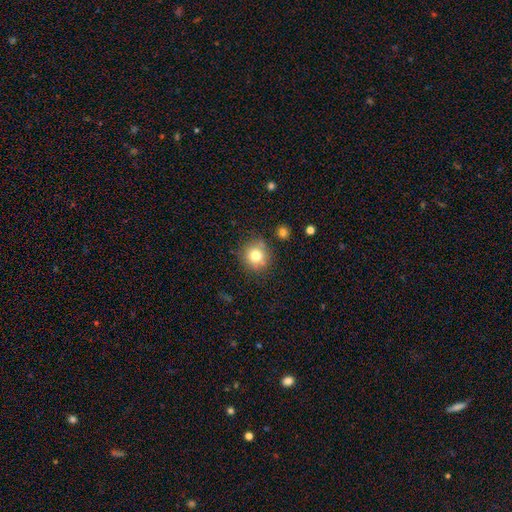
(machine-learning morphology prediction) A smooth galaxy with no disk features (77%) that is round (90%).

Vote fractions:
- Smooth or featured? smooth: 77% / star or artifact: 12% / featured or disk: 11%
- How rounded? round: 90% / in between: 9% / cigar-shaped: 1%
- Merging? none: 81% / minor disturbance: 12% / merger: 4% / major disturbance: 3%